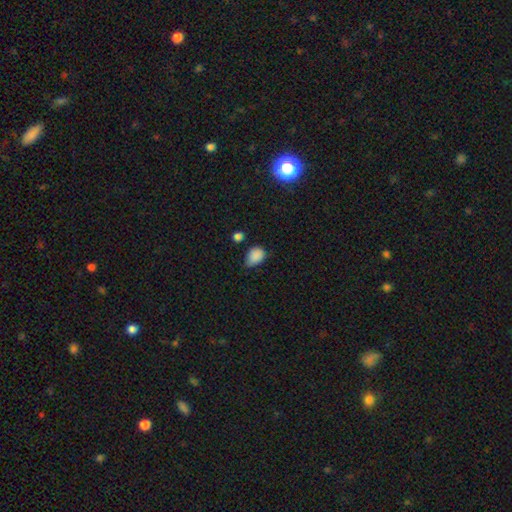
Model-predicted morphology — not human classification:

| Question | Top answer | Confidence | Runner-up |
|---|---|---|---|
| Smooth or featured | smooth | 86% | star or artifact (10%) |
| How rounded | in between | 71% | round (28%) |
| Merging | none | 46% | minor disturbance (42%) |